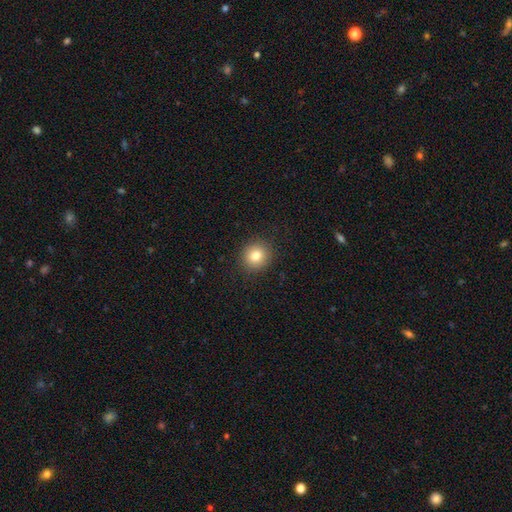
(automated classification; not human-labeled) The model was most divided on "smooth or featured": smooth: 80%, star or artifact: 11%, featured or disk: 9%. More confident: how rounded — round (90%); merging — none (90%).